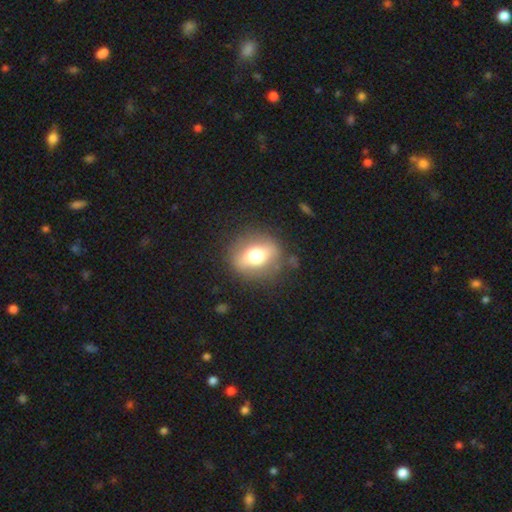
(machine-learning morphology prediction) A smooth galaxy with no disk features (58%) that is round (61%).

Vote fractions:
- Smooth or featured? smooth: 58% / featured or disk: 32% / star or artifact: 10%
- How rounded? round: 61% / in between: 36% / cigar-shaped: 3%
- Merging? none: 82% / minor disturbance: 11% / major disturbance: 5% / merger: 2%